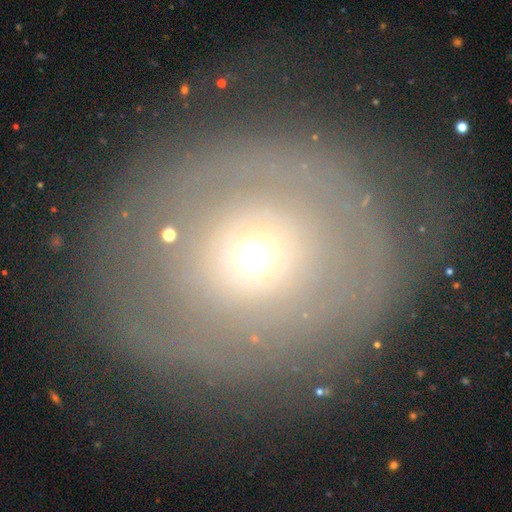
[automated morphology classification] Overall: featured or disk (57%; smooth 32%). Edge-on disk: no (95%). Bar: no (87%). Spiral arms: yes (52%; no 48%). Bulge size: small (51%; moderate 40%). Merging: none (66%).